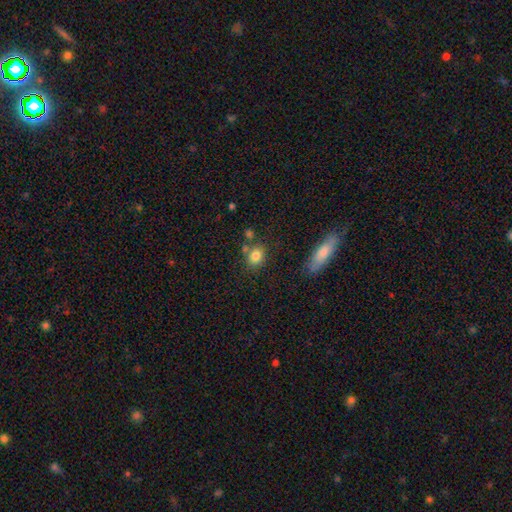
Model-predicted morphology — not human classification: Overall: smooth (82%). How rounded: round (52%; in between 46%). Merging: none (69%).